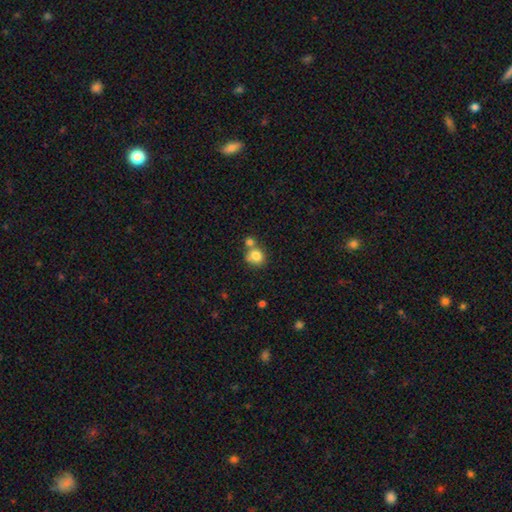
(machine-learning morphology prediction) smooth_or_featured: smooth (p=0.81) [alt: star or artifact p=0.10]
how_rounded: round (p=0.81) [alt: in between p=0.18]
merging: none (p=0.52) [alt: merger p=0.34]